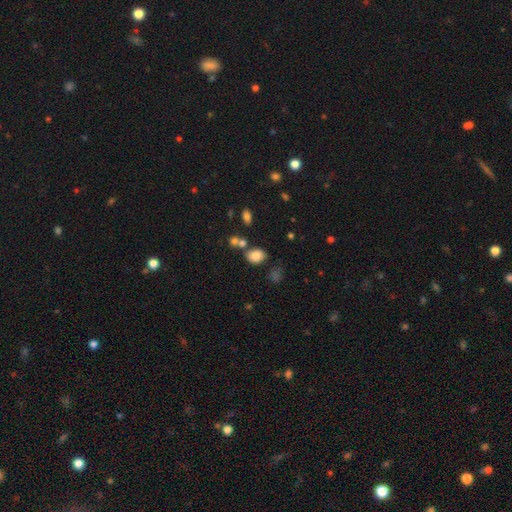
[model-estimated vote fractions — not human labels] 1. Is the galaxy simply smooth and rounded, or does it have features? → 81% smooth, 11% star or artifact, 8% featured or disk.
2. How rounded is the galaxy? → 66% in between, 33% round, 1% cigar-shaped.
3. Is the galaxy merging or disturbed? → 60% none, 18% merger, 16% minor disturbance, 6% major disturbance.